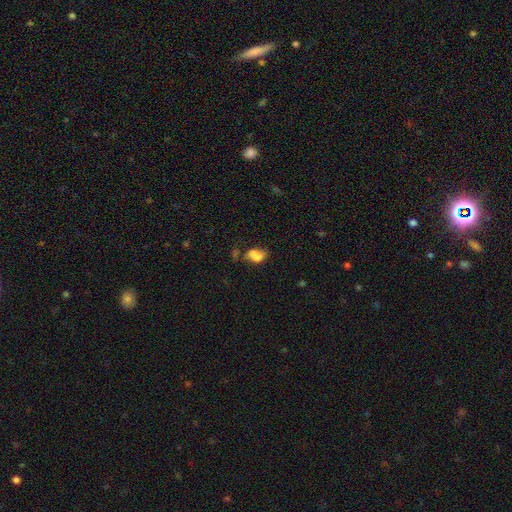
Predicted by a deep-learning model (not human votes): A smooth galaxy with no disk features (62%) that is in between round and cigar-shaped (74%).

Vote fractions:
- Smooth or featured? smooth: 62% / featured or disk: 25% / star or artifact: 13%
- How rounded? in between: 74% / round: 24% / cigar-shaped: 3%
- Merging? merger: 51% / none: 24% / minor disturbance: 14% / major disturbance: 11%